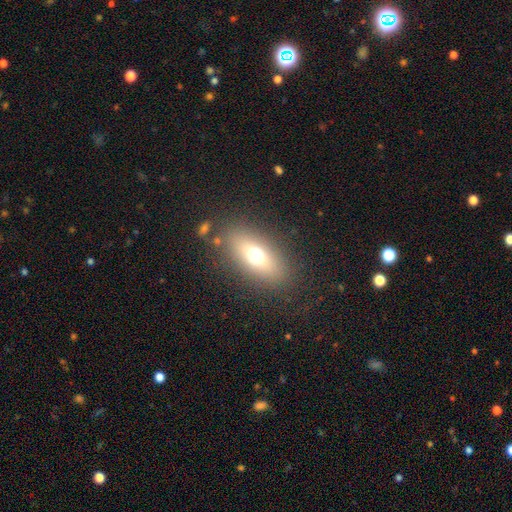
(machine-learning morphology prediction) Smooth or featured?
  - smooth: 62% *
  - featured or disk: 23%
  - star or artifact: 15%
How rounded?
  - in between: 74% *
  - round: 16%
  - cigar-shaped: 9%
Merging?
  - none: 83% *
  - minor disturbance: 9%
  - major disturbance: 5%
  - merger: 3%